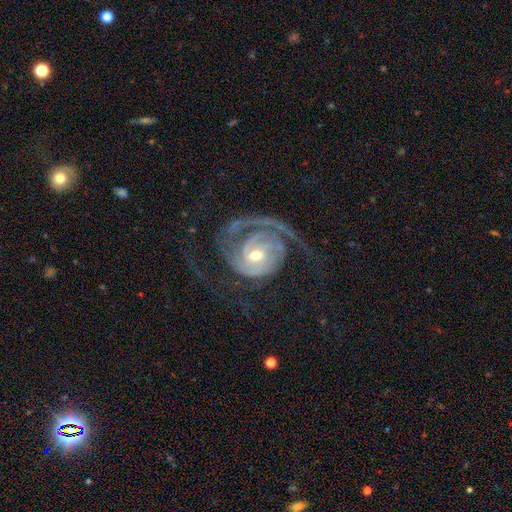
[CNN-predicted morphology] Q: Smooth or featured?
A: featured or disk (89%); runner-up: smooth (6%)
Q: Edge-on disk?
A: no (98%); runner-up: yes (2%)
Q: Bar?
A: no (52%); runner-up: weak (36%)
Q: Spiral arms?
A: yes (97%); runner-up: no (3%)
Q: Spiral winding?
A: tight (46%); runner-up: medium (37%)
Q: Spiral arm count?
A: 2 (45%); runner-up: 1 (25%)
Q: Bulge size?
A: moderate (59%); runner-up: small (35%)
Q: Merging?
A: none (51%); runner-up: major disturbance (31%)